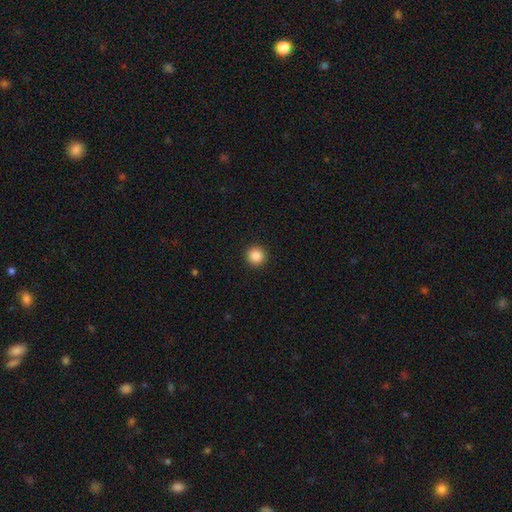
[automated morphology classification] Q: Smooth or featured?
A: smooth (86%); runner-up: star or artifact (10%)
Q: How rounded?
A: round (95%); runner-up: in between (4%)
Q: Merging?
A: none (93%); runner-up: minor disturbance (4%)